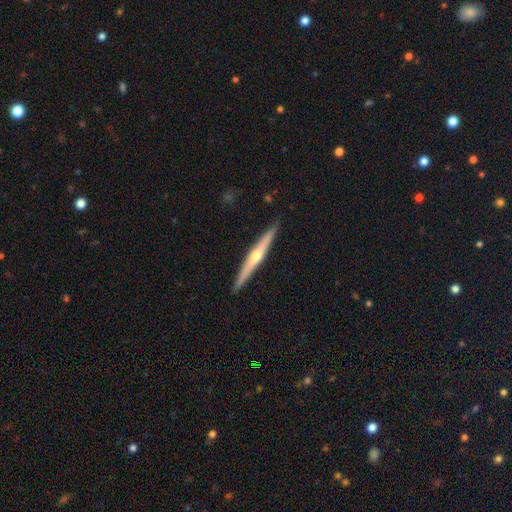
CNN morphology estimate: The model was most divided on "smooth or featured": featured or disk: 75%, smooth: 20%, star or artifact: 5%. More confident: edge-on disk — yes (98%); merging — none (91%); edge-on bulge — rounded (88%).